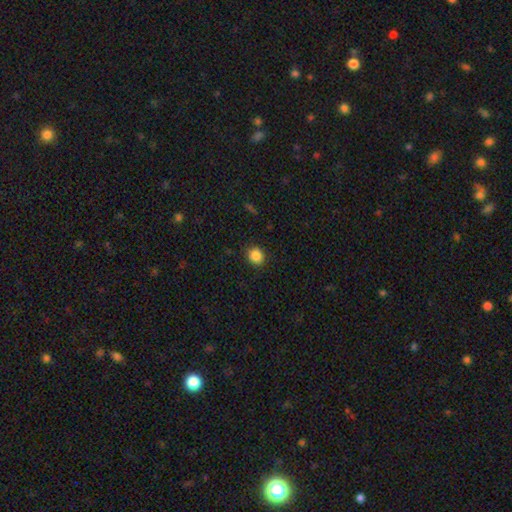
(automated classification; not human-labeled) A smooth galaxy with no disk features (86%) that is round (80%).

Vote fractions:
- Smooth or featured? smooth: 86% / star or artifact: 10% / featured or disk: 4%
- How rounded? round: 80% / in between: 19% / cigar-shaped: 1%
- Merging? none: 89% / minor disturbance: 7% / major disturbance: 2% / merger: 1%